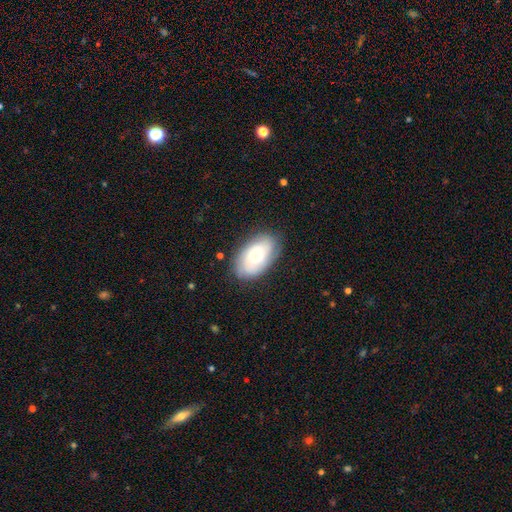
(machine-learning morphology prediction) A smooth galaxy with no disk features (55%) that is in between round and cigar-shaped (91%). Merging: none (77%).